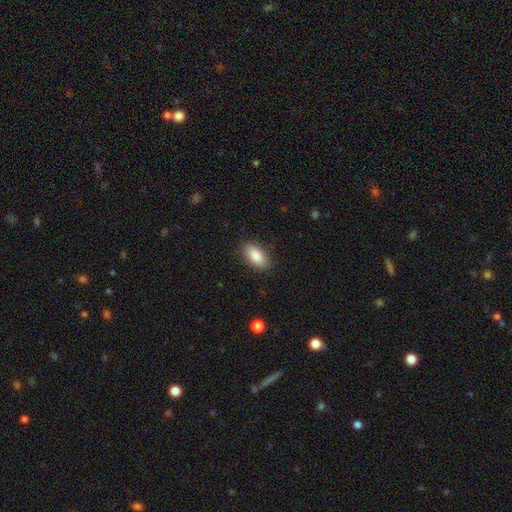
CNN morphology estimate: smooth_or_featured: smooth (p=0.86) [alt: featured or disk p=0.07]
how_rounded: in between (p=0.91) [alt: cigar-shaped p=0.06]
merging: none (p=0.87) [alt: minor disturbance p=0.10]